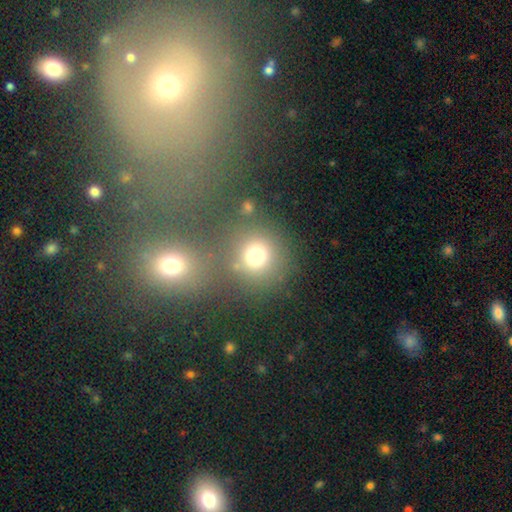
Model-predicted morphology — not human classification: The model was most divided on "merging": none: 68%, merger: 17%, minor disturbance: 9%, major disturbance: 6%. More confident: how rounded — round (89%); smooth or featured — smooth (72%).